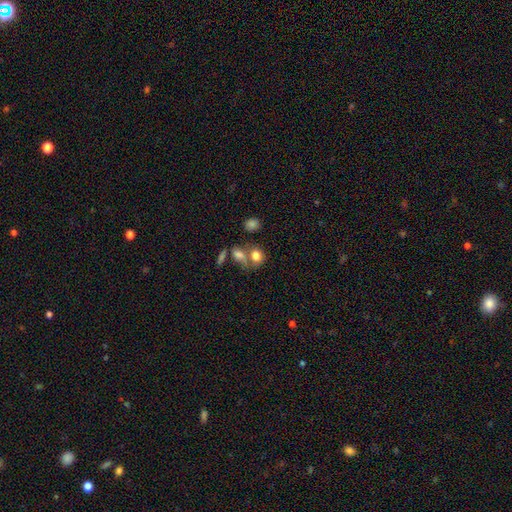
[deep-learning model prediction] smooth-or-featured: smooth: 77% | featured or disk: 12% | star or artifact: 11%
  how-rounded: round: 51% | in between: 47% | cigar-shaped: 2%
  merging: merger: 42% | none: 39% | minor disturbance: 11% | major disturbance: 7%